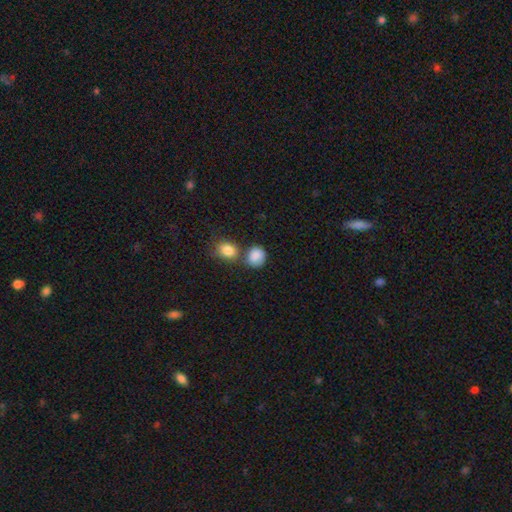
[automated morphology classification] Q: Smooth or featured?
A: smooth (87%); runner-up: star or artifact (8%)
Q: How rounded?
A: round (74%); runner-up: in between (25%)
Q: Merging?
A: none (54%); runner-up: merger (28%)